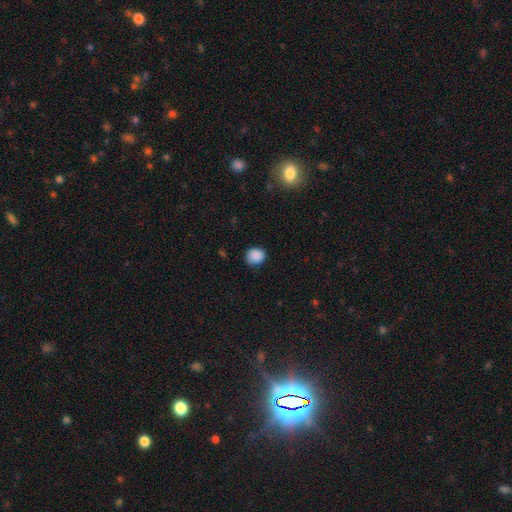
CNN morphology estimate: A smooth galaxy with no disk features (88%) that is round (80%). Merging: none (81%).